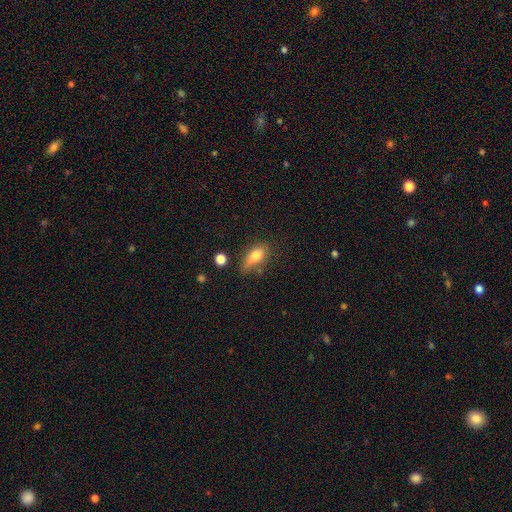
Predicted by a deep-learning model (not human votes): smooth-or-featured: smooth: 77% | featured or disk: 15% | star or artifact: 9%
  how-rounded: in between: 82% | cigar-shaped: 12% | round: 6%
  merging: none: 51% | minor disturbance: 31% | major disturbance: 11% | merger: 7%